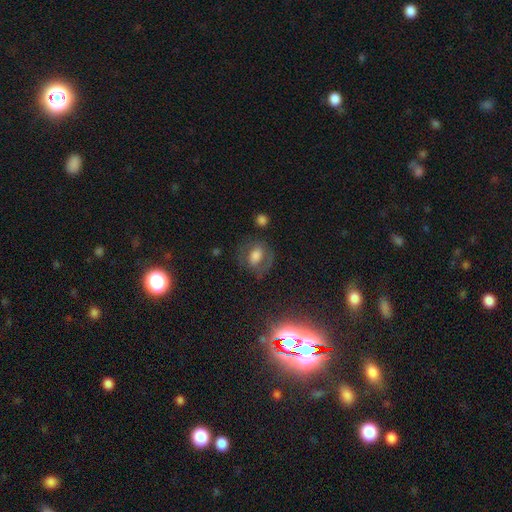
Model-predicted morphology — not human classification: This appears to be a smooth galaxy with no disk features (52%) that is in between round and cigar-shaped (63%). Merging: none (61%).